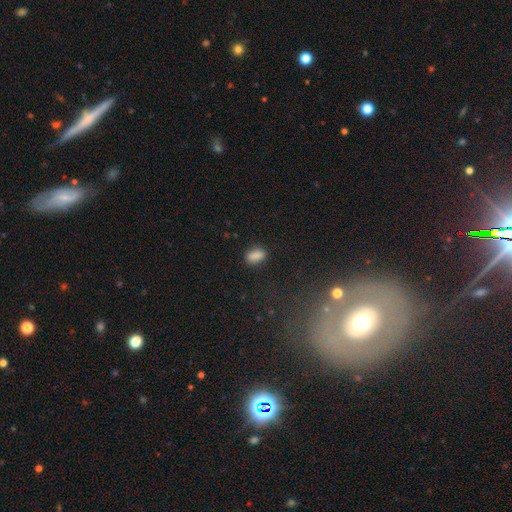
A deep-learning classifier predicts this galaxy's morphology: Smooth or featured? smooth (86%)
How rounded? in between (88%)
Merging? none (85%)